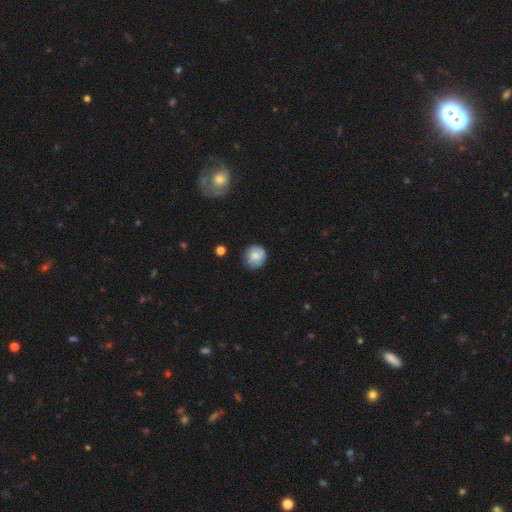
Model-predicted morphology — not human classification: smooth-or-featured: smooth: 76% | featured or disk: 16% | star or artifact: 8%
  how-rounded: round: 87% | in between: 12% | cigar-shaped: 1%
  merging: none: 79% | minor disturbance: 17% | major disturbance: 3% | merger: 2%